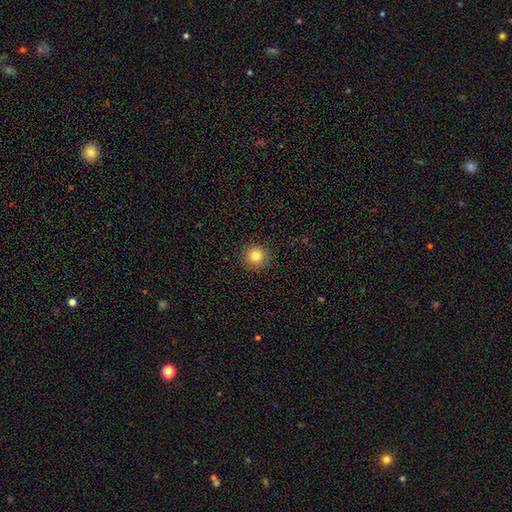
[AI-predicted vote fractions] Morphology: type=smooth (83%); roundness=round (94%); merging=none (92%).